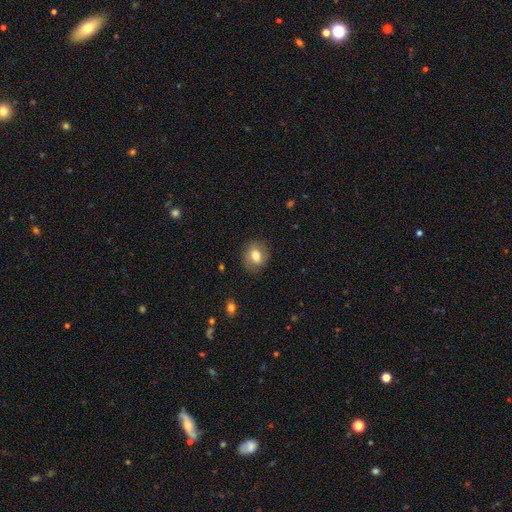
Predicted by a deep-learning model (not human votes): This appears to be a smooth galaxy with no disk features (71%) that is round (54%). Merging: none (81%).